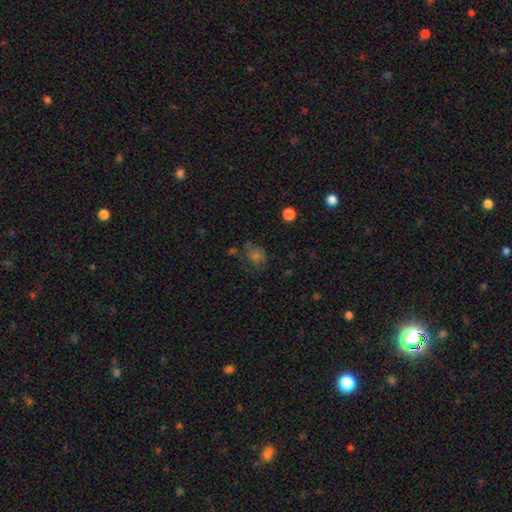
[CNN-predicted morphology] The model was most divided on "smooth or featured": smooth: 55%, star or artifact: 26%, featured or disk: 19%. More confident: merging — none (66%); how rounded — round (66%).